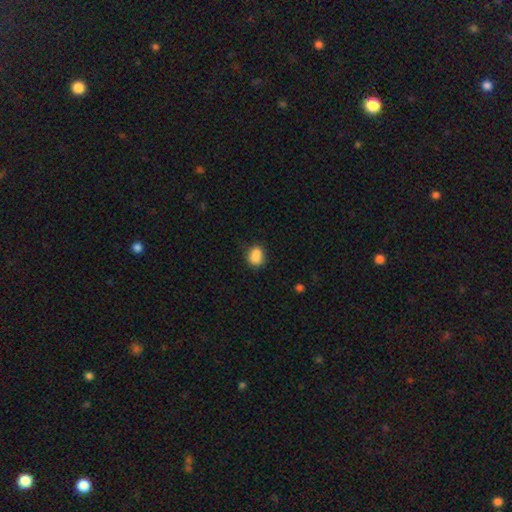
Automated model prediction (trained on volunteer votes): Smooth or featured?
  - smooth: 86% *
  - star or artifact: 9%
  - featured or disk: 5%
How rounded?
  - in between: 56% *
  - round: 43%
  - cigar-shaped: 1%
Merging?
  - none: 69% *
  - minor disturbance: 21%
  - merger: 5%
  - major disturbance: 5%